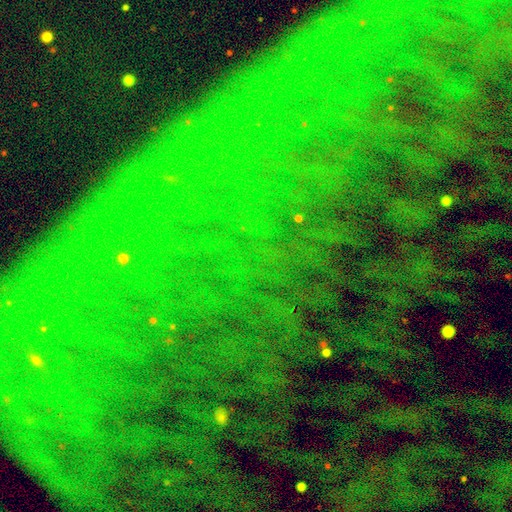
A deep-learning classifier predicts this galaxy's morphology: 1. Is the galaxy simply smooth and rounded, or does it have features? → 83% star or artifact, 9% smooth, 8% featured or disk.